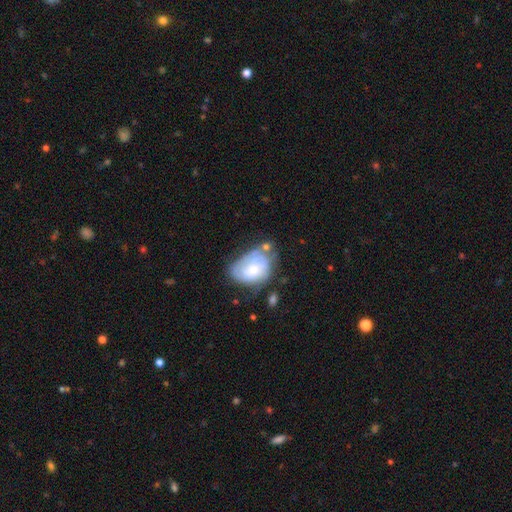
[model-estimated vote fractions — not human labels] Smooth or featured?
  - featured or disk: 49% *
  - smooth: 43%
  - star or artifact: 8%
Merging?
  - none: 39% *
  - minor disturbance: 33%
  - major disturbance: 16%
  - merger: 12%